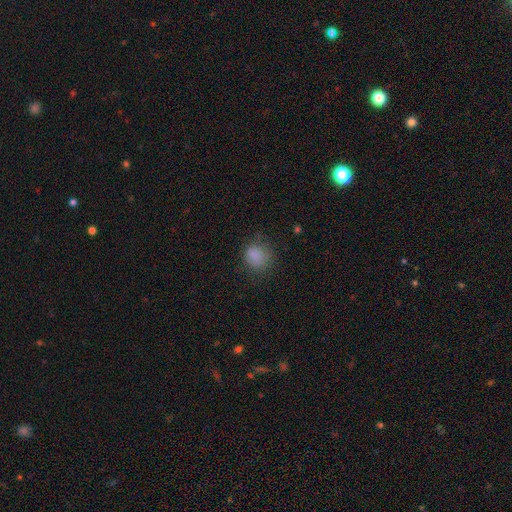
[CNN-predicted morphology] Smooth or featured? smooth (82%)
How rounded? round (72%)
Merging? none (70%)